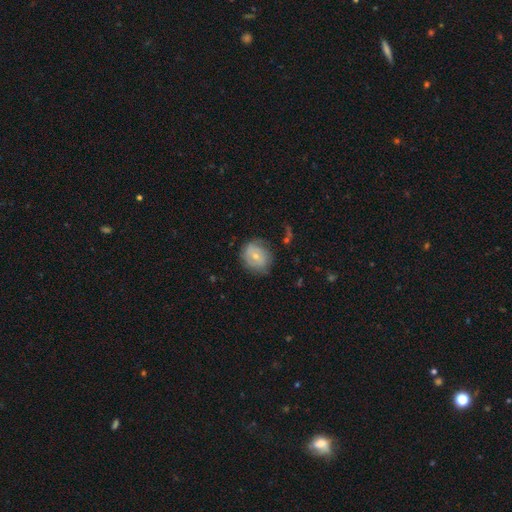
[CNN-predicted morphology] smooth 53%, featured or disk 40%, star or artifact 8%. Down the decision tree: how rounded — round (68%); merging — none (64%).